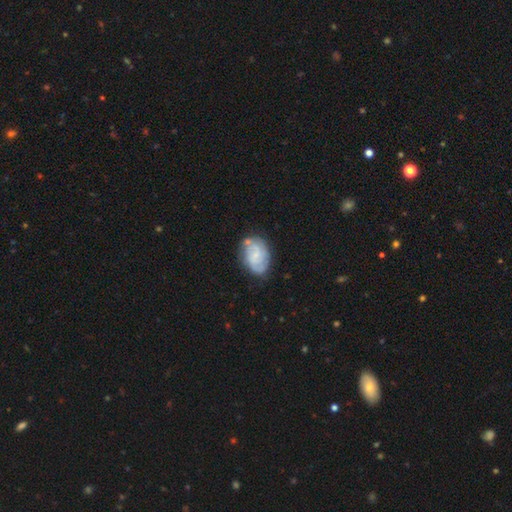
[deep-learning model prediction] Morphology: type=featured or disk (71%); edge-on=no (98%); bar=no (51%); spiral arms=yes (92%); winding=tight (51%); arm count=2 (46%); bulge=small (61%); merging=none (69%).